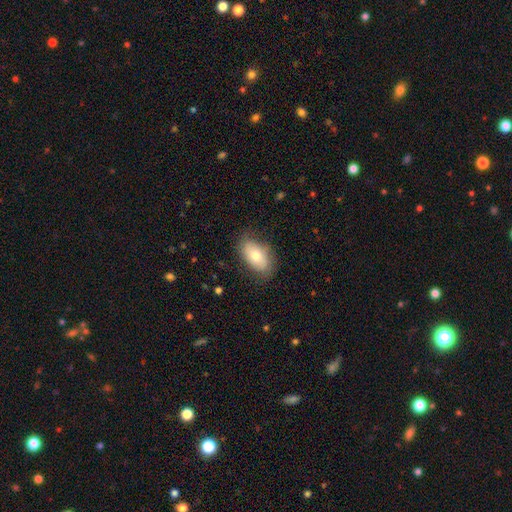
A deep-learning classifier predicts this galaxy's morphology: This is likely a smooth galaxy (75%). How rounded: clearly in between (92%). Merging: likely none (78%).